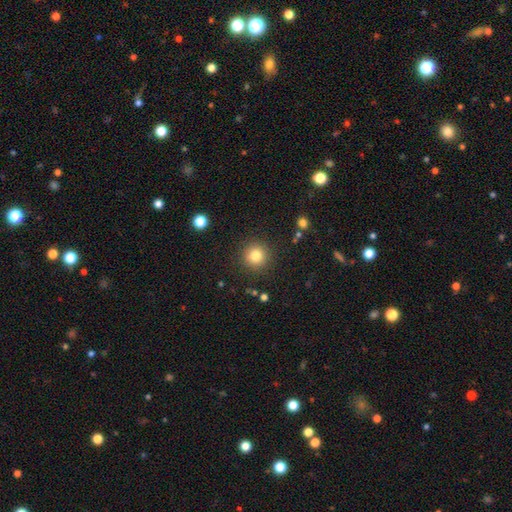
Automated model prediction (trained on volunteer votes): This appears to be a smooth galaxy with no disk features (81%) that is round (95%). Merging: none (90%).